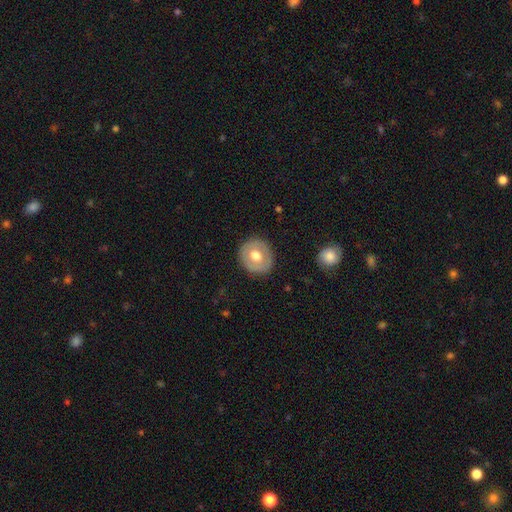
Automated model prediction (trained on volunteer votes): smooth-or-featured: smooth: 57% | featured or disk: 36% | star or artifact: 6%
  how-rounded: round: 84% | in between: 15% | cigar-shaped: 1%
  merging: none: 87% | minor disturbance: 9% | major disturbance: 3% | merger: 1%